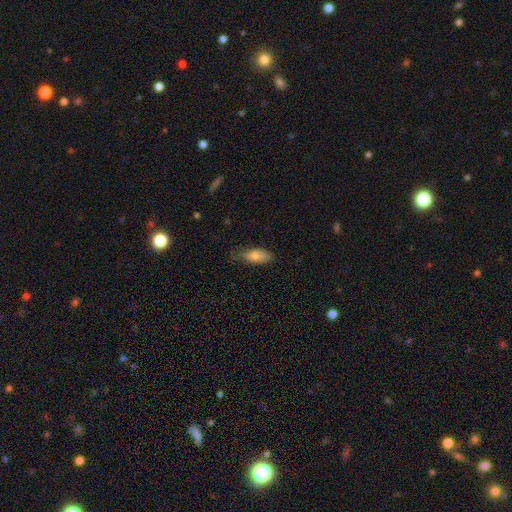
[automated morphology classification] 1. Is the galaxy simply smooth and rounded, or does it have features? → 82% smooth, 12% featured or disk, 7% star or artifact.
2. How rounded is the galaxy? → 83% in between, 14% cigar-shaped, 2% round.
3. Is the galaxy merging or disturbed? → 58% none, 32% minor disturbance, 8% major disturbance, 1% merger.